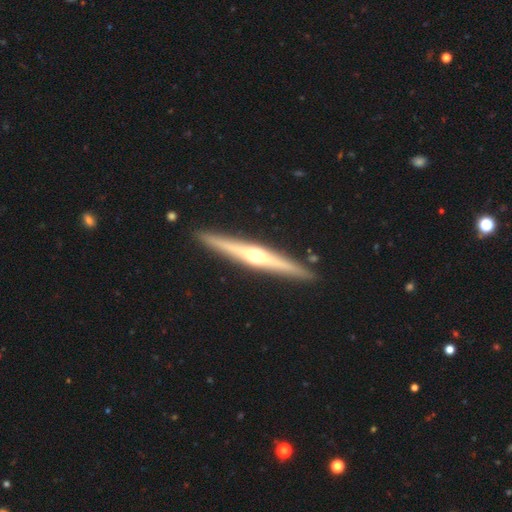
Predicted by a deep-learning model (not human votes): A featured or disk galaxy (80%) viewed edge-on (98%) with a rounded central bulge (91%). Merging: none (91%).